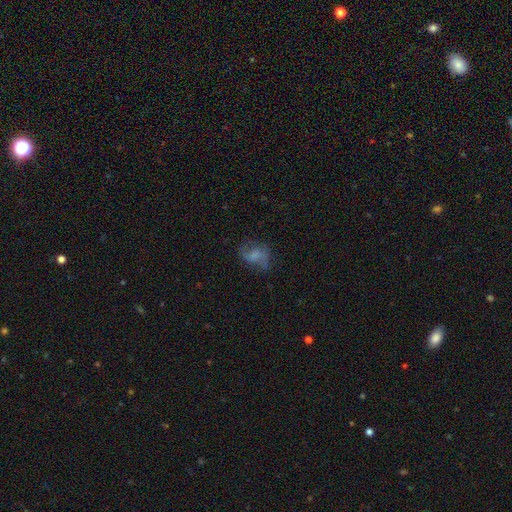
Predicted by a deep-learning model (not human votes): Smooth or featured? featured or disk (47%)
Merging? none (61%)